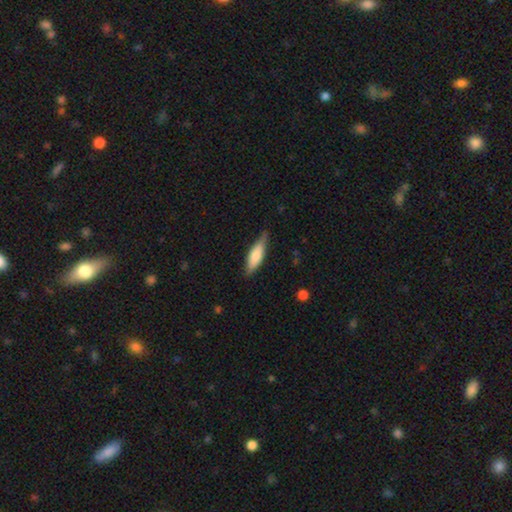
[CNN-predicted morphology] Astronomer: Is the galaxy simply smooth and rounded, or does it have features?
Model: smooth — 67%.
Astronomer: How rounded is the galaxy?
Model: cigar-shaped — 52% (runner-up: in between, 46%).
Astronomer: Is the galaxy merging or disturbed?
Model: none — 72%.